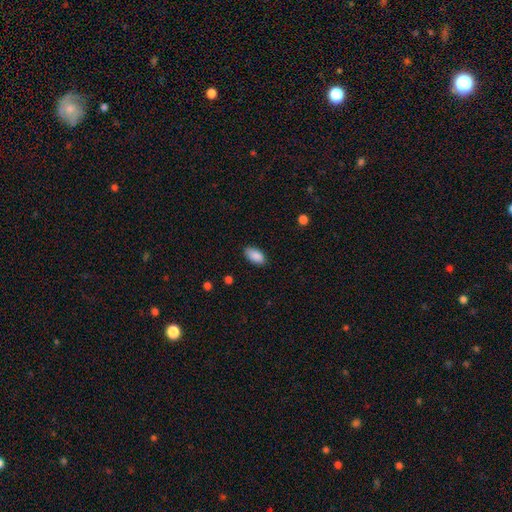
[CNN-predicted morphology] smooth-or-featured: smooth: 90% | star or artifact: 7% | featured or disk: 3%
  how-rounded: in between: 94% | cigar-shaped: 3% | round: 3%
  merging: none: 85% | minor disturbance: 11% | major disturbance: 2% | merger: 1%